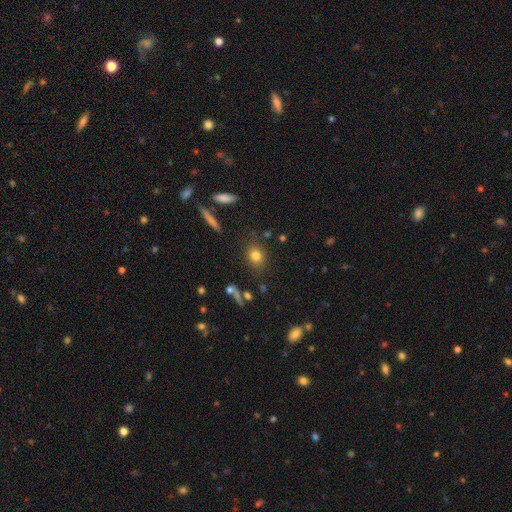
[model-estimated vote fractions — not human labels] The model was most divided on "how rounded": round: 60%, in between: 38%, cigar-shaped: 2%. More confident: merging — none (82%); smooth or featured — smooth (78%).